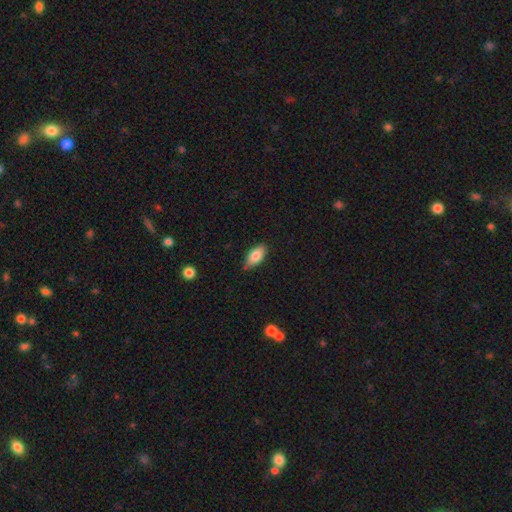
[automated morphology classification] Smooth or featured? Predicted: smooth (p=0.81). How rounded? Predicted: in between (p=0.89). Merging? Predicted: none (p=0.76).